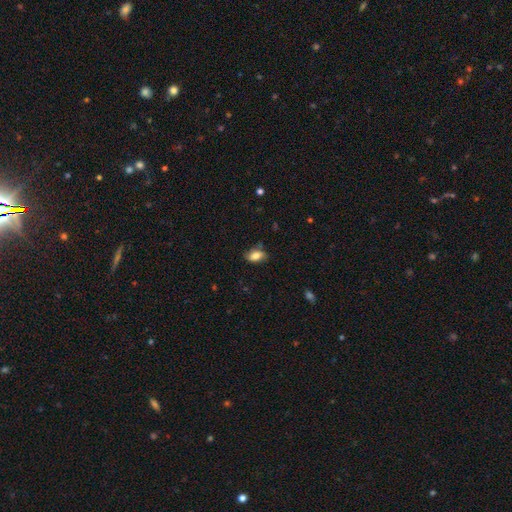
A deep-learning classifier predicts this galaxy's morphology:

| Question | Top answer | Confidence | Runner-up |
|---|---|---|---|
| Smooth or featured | smooth | 78% | featured or disk (14%) |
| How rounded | in between | 88% | round (8%) |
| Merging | none | 68% | minor disturbance (24%) |